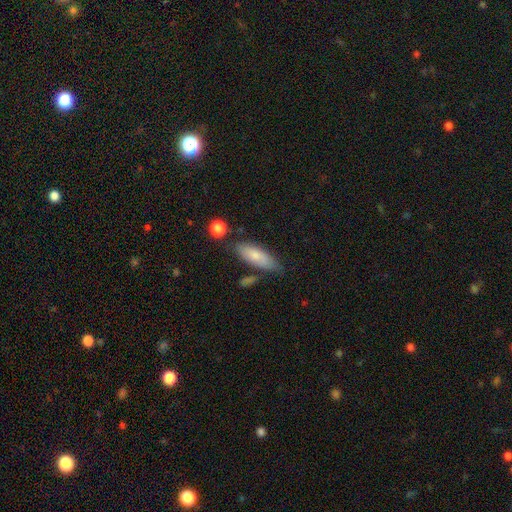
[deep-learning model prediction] smooth_or_featured: smooth (p=0.77) [alt: featured or disk p=0.17]
how_rounded: in between (p=0.69) [alt: cigar-shaped p=0.28]
merging: none (p=0.70) [alt: minor disturbance p=0.19]